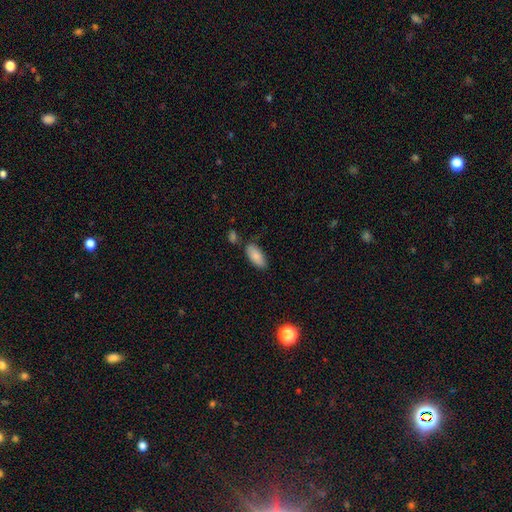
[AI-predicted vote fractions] The model was most divided on "merging": none: 76%, minor disturbance: 14%, merger: 7%, major disturbance: 3%. More confident: how rounded — in between (88%); smooth or featured — smooth (85%).